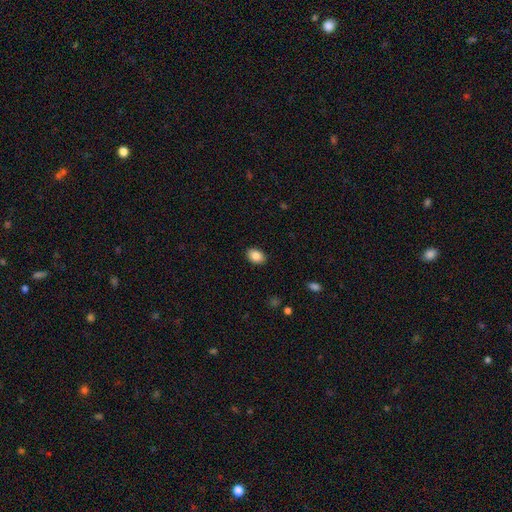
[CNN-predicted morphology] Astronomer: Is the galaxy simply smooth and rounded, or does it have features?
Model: smooth — 86%.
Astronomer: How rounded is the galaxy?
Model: in between — 83%.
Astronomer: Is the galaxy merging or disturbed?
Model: none — 89%.